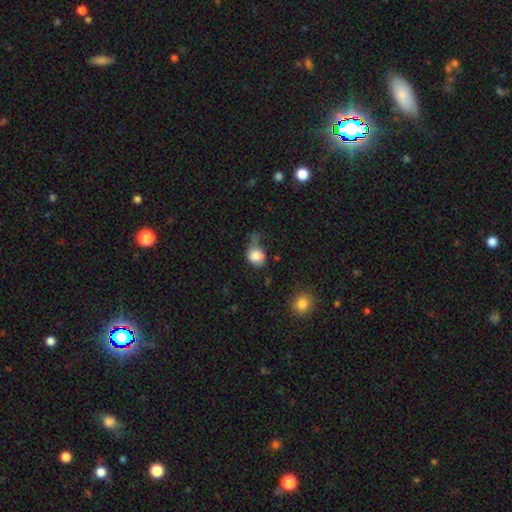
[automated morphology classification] smooth 78%, featured or disk 13%, star or artifact 9%. Down the decision tree: how rounded — round (59%); merging — major disturbance (35%).